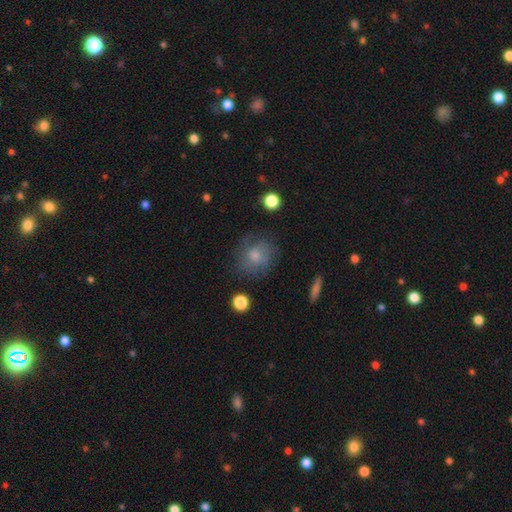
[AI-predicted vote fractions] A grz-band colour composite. It shows a smooth galaxy with no disk features (63%) that is round (72%). Merging: none (65%).